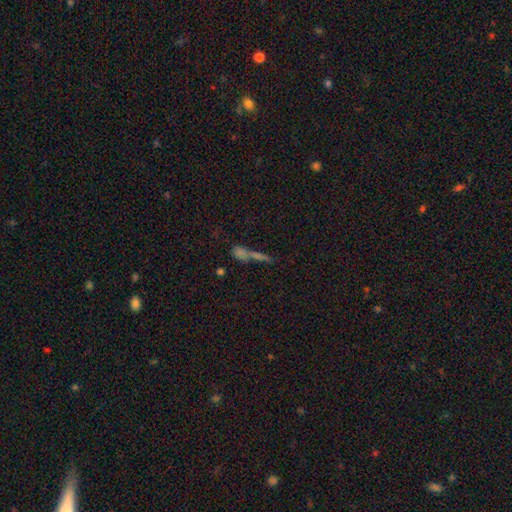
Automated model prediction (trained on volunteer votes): smooth 43%, star or artifact 31%, featured or disk 26%. Down the decision tree: merging — none (46%).